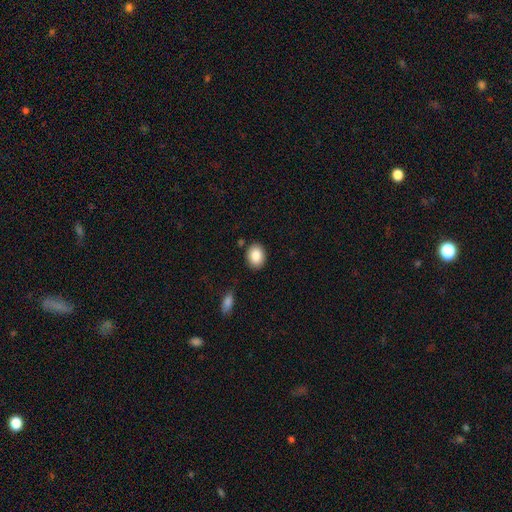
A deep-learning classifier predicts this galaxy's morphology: This appears to be a smooth galaxy with no disk features (86%) that is in between round and cigar-shaped (64%). Merging: none (86%).